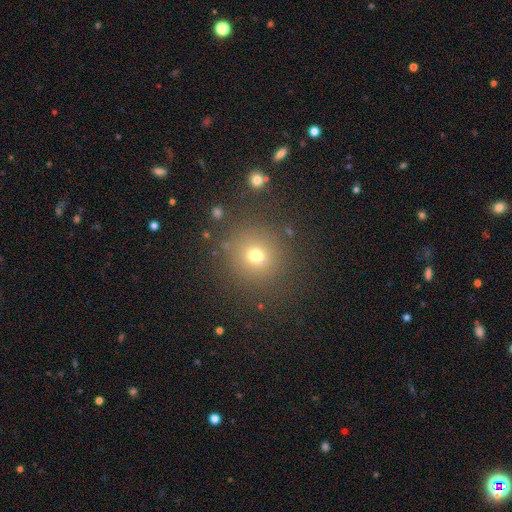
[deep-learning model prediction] A smooth galaxy with no disk features (70%) that is round (90%). Merging: none (85%).